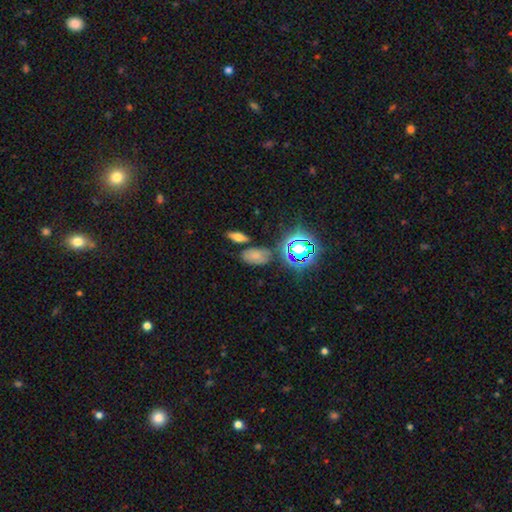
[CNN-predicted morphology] This appears to be a smooth galaxy with no disk features (58%) that is in between round and cigar-shaped (85%). Merging: none (69%).